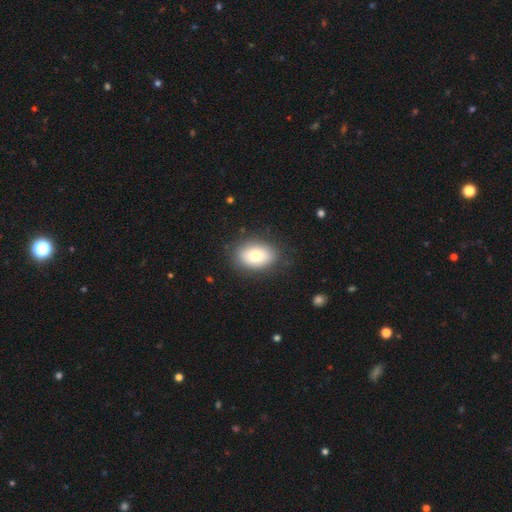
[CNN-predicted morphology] Smooth or featured? Predicted: smooth (p=0.79). How rounded? Predicted: in between (p=0.83). Merging? Predicted: none (p=0.83).